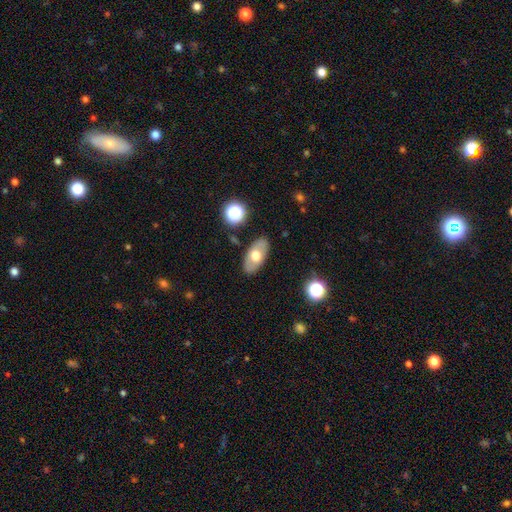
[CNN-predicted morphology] A smooth galaxy with no disk features (54%) that is in between round and cigar-shaped (91%).

Vote fractions:
- Smooth or featured? smooth: 54% / featured or disk: 39% / star or artifact: 7%
- How rounded? in between: 91% / round: 6% / cigar-shaped: 3%
- Merging? none: 84% / minor disturbance: 11% / major disturbance: 3% / merger: 2%